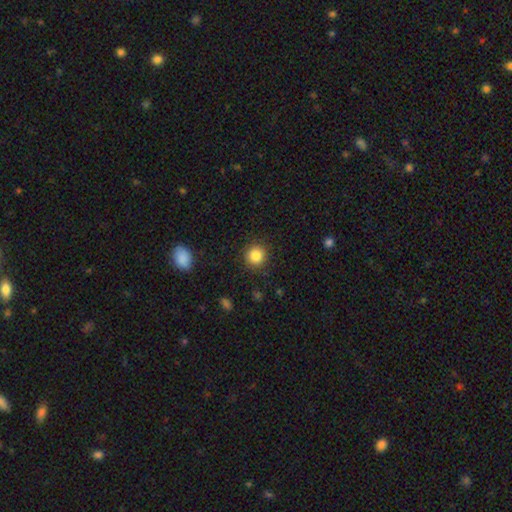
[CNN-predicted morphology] type=smooth (85%); roundness=round (92%); merging=none (90%).